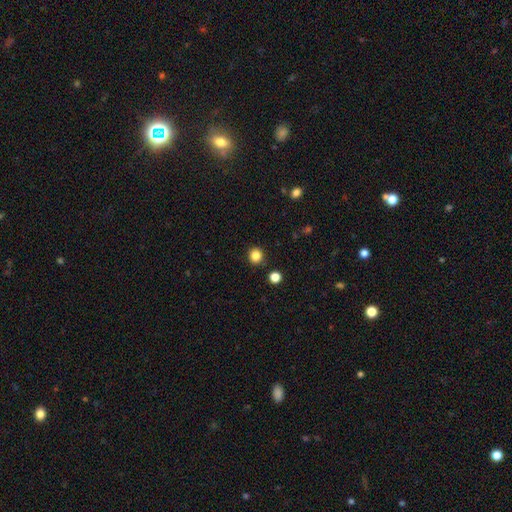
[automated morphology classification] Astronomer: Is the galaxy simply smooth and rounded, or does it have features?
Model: smooth — 85%.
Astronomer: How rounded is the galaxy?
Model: round — 90%.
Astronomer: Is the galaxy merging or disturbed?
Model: none — 89%.